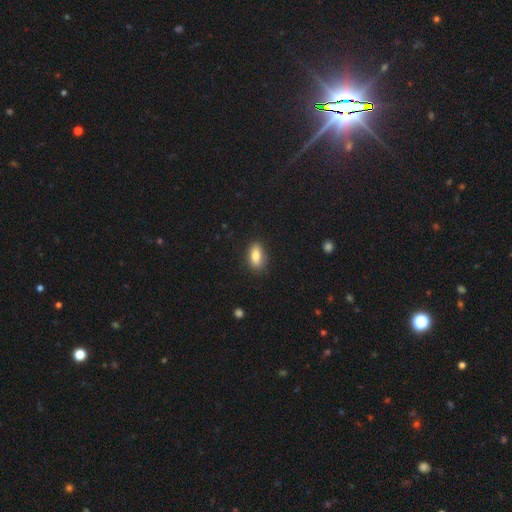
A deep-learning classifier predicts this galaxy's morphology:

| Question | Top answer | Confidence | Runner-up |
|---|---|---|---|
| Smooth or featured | smooth | 82% | featured or disk (11%) |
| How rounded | in between | 85% | cigar-shaped (8%) |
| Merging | none | 83% | minor disturbance (13%) |